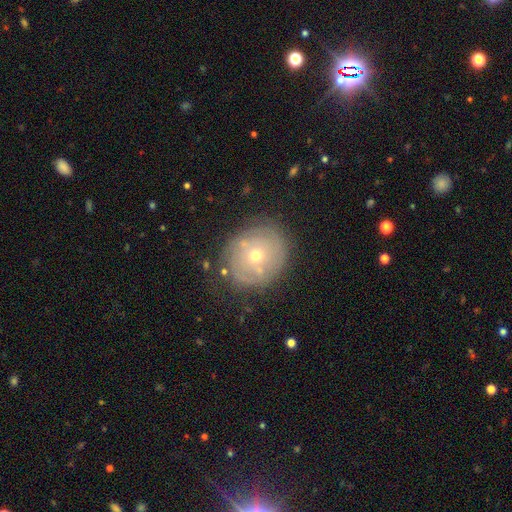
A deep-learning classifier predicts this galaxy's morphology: Q: Smooth or featured?
A: featured or disk (52%); runner-up: smooth (37%)
Q: Edge-on disk?
A: no (96%); runner-up: yes (4%)
Q: Merging?
A: none (73%); runner-up: minor disturbance (18%)